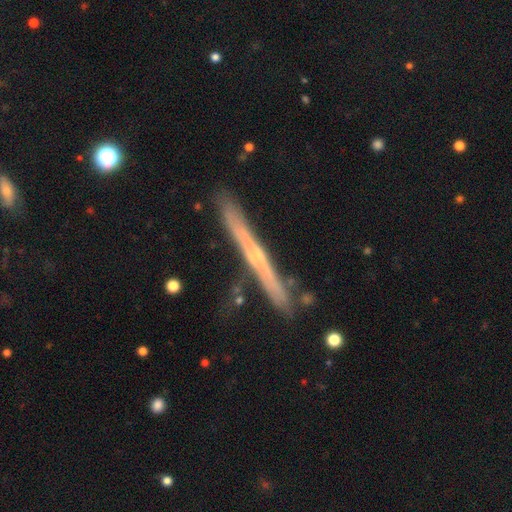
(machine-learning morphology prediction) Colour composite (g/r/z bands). It shows a featured or disk galaxy (69%) viewed edge-on (95%) with no central bulge (50%). Merging: none (83%).